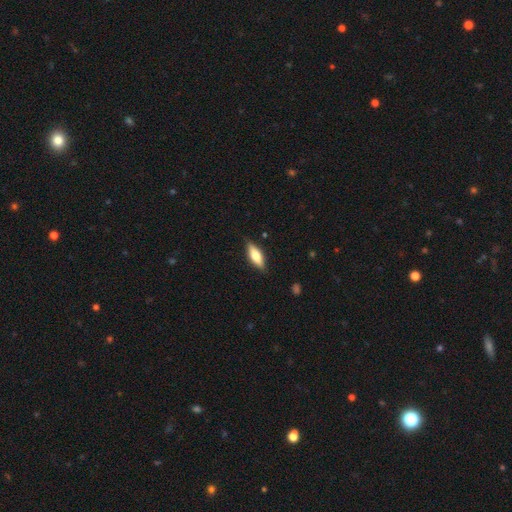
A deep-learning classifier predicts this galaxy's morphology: Smooth or featured? smooth (66%)
How rounded? in between (64%)
Merging? none (85%)